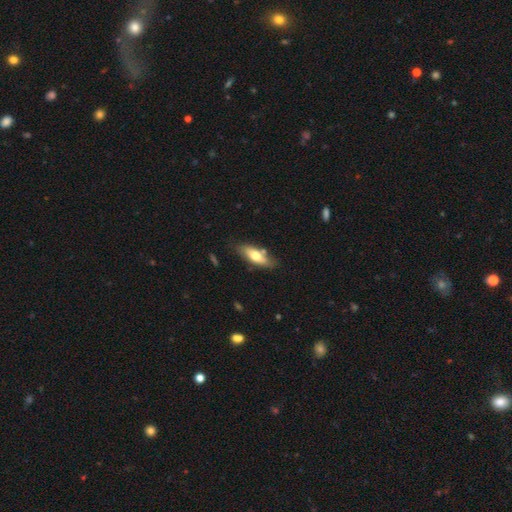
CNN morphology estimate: Smooth or featured? Predicted: smooth (p=0.62). How rounded? Predicted: in between (p=0.70). Merging? Predicted: none (p=0.71).